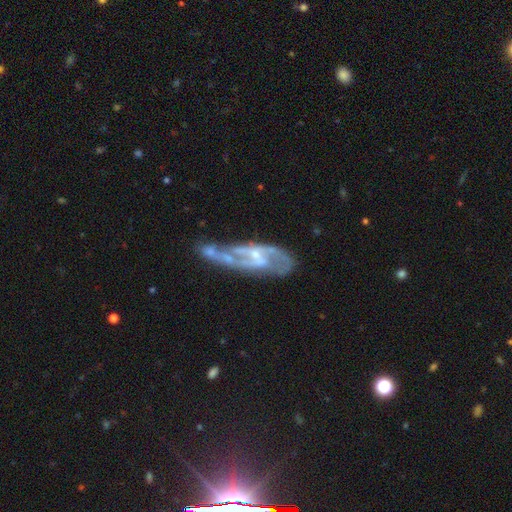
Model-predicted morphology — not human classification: Overall: featured or disk (84%). Edge-on disk: no (90%). Bar: weak (45%; no 36%). Spiral arms: yes (88%). Spiral arm count: 2 (66%). Spiral winding: medium (45%; loose 35%). Bulge size: small (64%). Merging: none (44%; minor disturbance 23%).